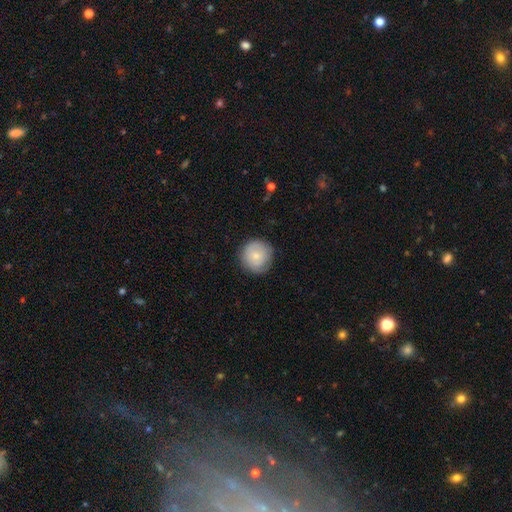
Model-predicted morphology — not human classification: Smooth or featured?
  - smooth: 75% *
  - featured or disk: 19%
  - star or artifact: 7%
How rounded?
  - round: 94% *
  - in between: 5%
  - cigar-shaped: 1%
Merging?
  - none: 81% *
  - minor disturbance: 15%
  - major disturbance: 3%
  - merger: 1%